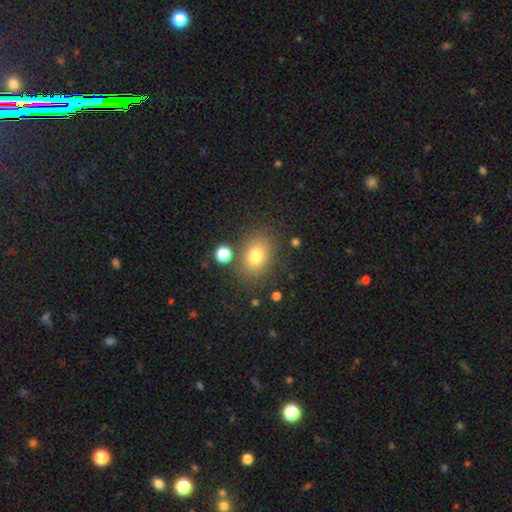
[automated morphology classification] Smooth or featured? smooth (78%)
How rounded? in between (66%)
Merging? none (79%)